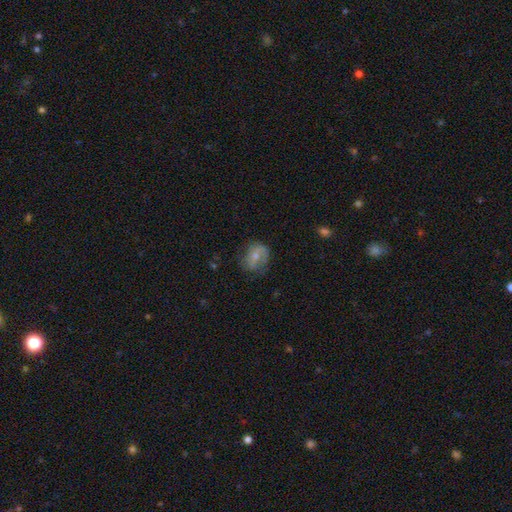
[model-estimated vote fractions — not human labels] Smooth or featured? Predicted: featured or disk (p=0.46, tied with smooth). Merging? Predicted: none (p=0.60).